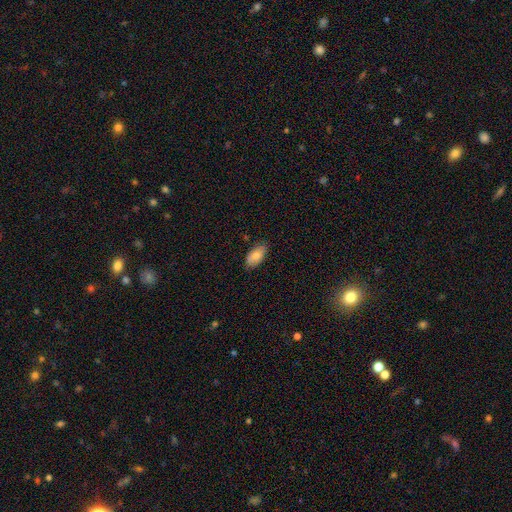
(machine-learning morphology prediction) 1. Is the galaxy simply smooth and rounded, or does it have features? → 75% smooth, 18% featured or disk, 7% star or artifact.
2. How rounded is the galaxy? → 93% in between, 4% cigar-shaped, 3% round.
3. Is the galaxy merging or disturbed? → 82% none, 15% minor disturbance, 2% major disturbance, 1% merger.